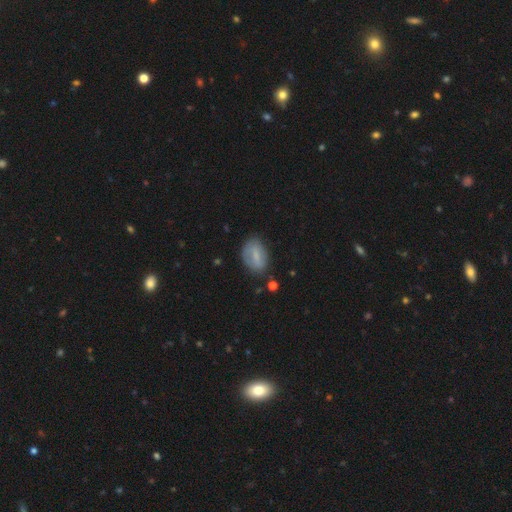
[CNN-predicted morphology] Q: Smooth or featured?
A: smooth (65%); runner-up: featured or disk (27%)
Q: How rounded?
A: in between (85%); runner-up: round (12%)
Q: Merging?
A: none (69%); runner-up: minor disturbance (22%)